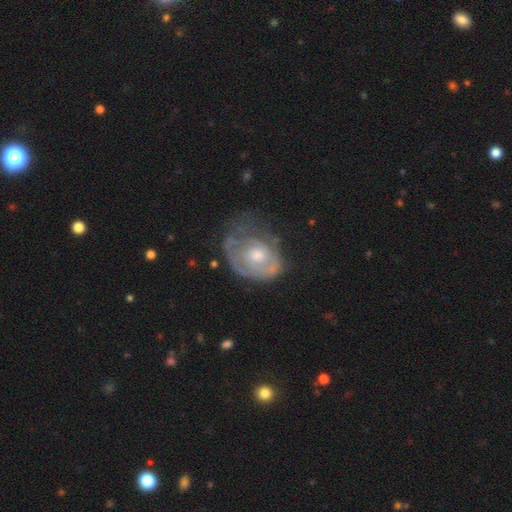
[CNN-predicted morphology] Q: Smooth or featured?
A: featured or disk (68%); runner-up: smooth (26%)
Q: Edge-on disk?
A: no (96%); runner-up: yes (4%)
Q: Bar?
A: no (80%); runner-up: weak (17%)
Q: Spiral arms?
A: yes (62%); runner-up: no (38%)
Q: Bulge size?
A: moderate (62%); runner-up: small (24%)
Q: Merging?
A: none (44%); runner-up: minor disturbance (29%)